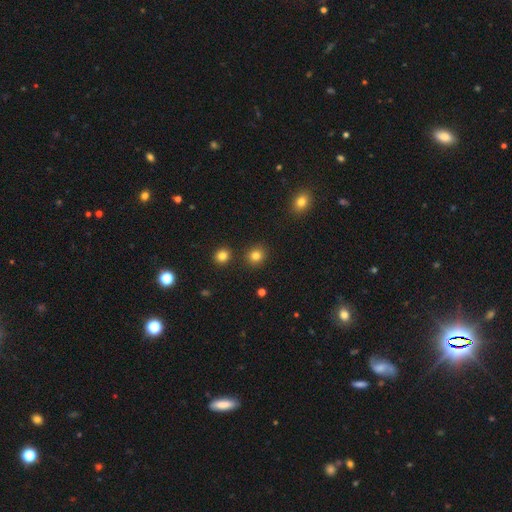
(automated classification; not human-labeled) Smooth or featured?
  - smooth: 83% *
  - star or artifact: 12%
  - featured or disk: 5%
How rounded?
  - round: 84% *
  - in between: 15%
  - cigar-shaped: 1%
Merging?
  - none: 87% *
  - minor disturbance: 6%
  - merger: 4%
  - major disturbance: 2%